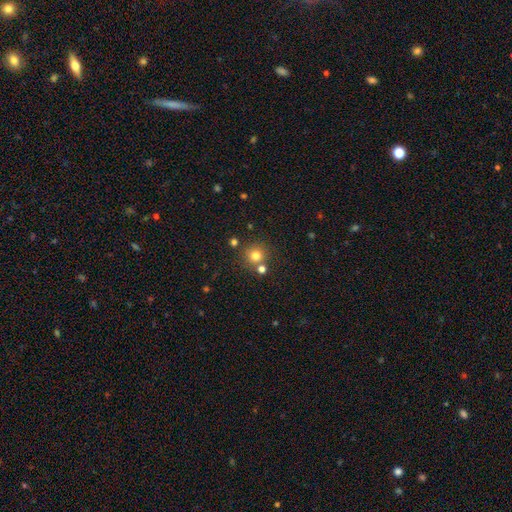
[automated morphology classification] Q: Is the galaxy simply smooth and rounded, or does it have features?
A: smooth — 77%.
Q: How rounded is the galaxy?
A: round — 92%.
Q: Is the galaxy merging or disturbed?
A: none — 75%.